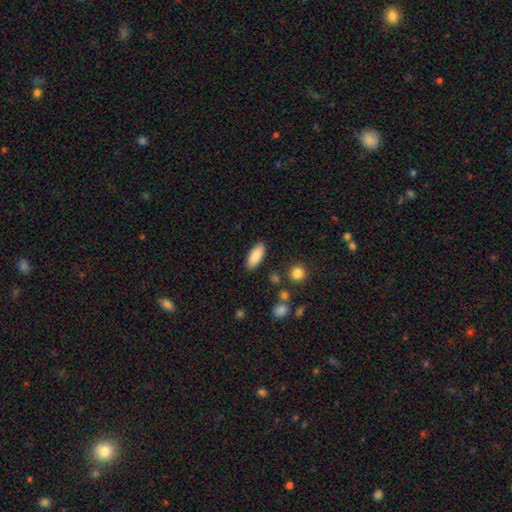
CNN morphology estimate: Smooth or featured? Predicted: smooth (p=0.87). How rounded? Predicted: in between (p=0.83). Merging? Predicted: none (p=0.87).